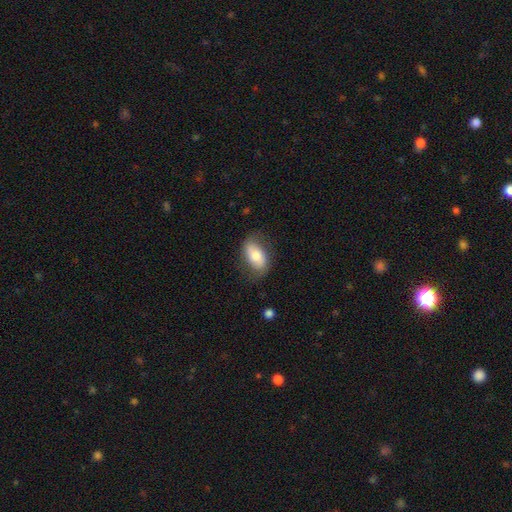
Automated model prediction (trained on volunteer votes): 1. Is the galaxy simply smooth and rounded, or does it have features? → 69% smooth, 25% featured or disk, 6% star or artifact.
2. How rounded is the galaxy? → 90% in between, 6% round, 4% cigar-shaped.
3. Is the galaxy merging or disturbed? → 72% none, 20% minor disturbance, 7% major disturbance, 1% merger.